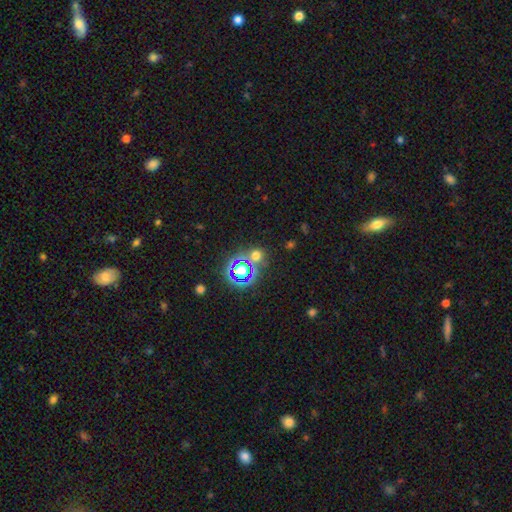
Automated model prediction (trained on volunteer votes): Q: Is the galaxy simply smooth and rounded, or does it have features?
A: smooth — 54%.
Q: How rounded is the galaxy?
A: round — 85%.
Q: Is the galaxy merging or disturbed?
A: none — 72%.